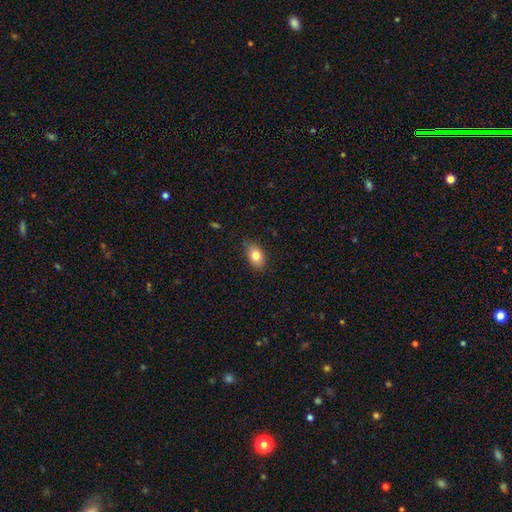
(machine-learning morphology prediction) smooth_or_featured: smooth (p=0.81) [alt: featured or disk p=0.10]
how_rounded: in between (p=0.84) [alt: round p=0.14]
merging: none (p=0.82) [alt: minor disturbance p=0.15]